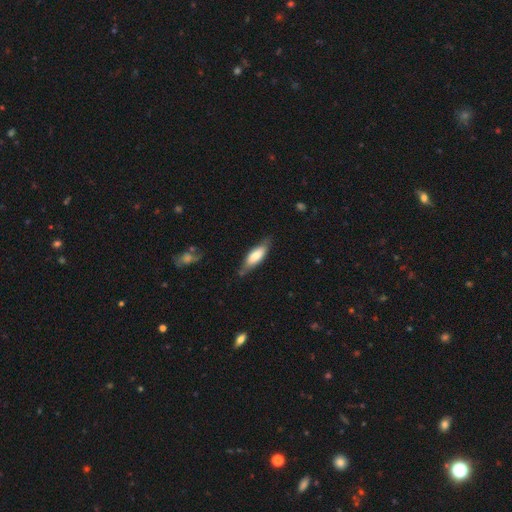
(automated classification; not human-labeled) Smooth or featured: smooth — 67% (featured or disk — 27%)
How rounded: in between — 56% (cigar-shaped — 42%)
Merging: none — 70% (minor disturbance — 23%)